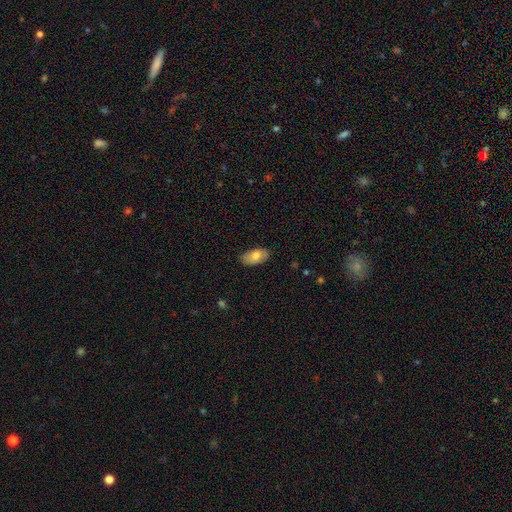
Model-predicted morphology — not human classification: Smooth or featured?
  - smooth: 76% *
  - featured or disk: 18%
  - star or artifact: 6%
How rounded?
  - in between: 94% *
  - round: 3%
  - cigar-shaped: 3%
Merging?
  - none: 84% *
  - minor disturbance: 13%
  - major disturbance: 2%
  - merger: 1%